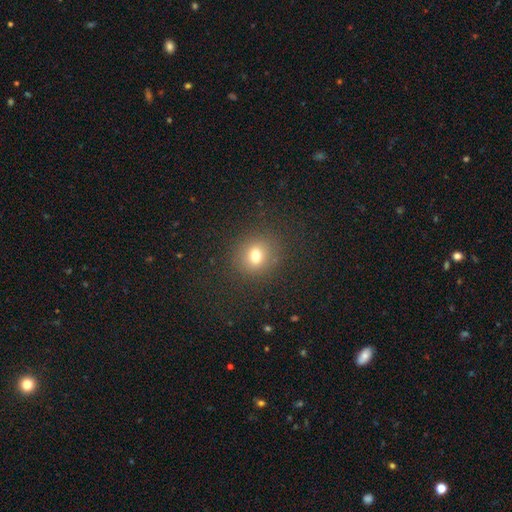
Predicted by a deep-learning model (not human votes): A smooth galaxy with no disk features (74%) that is round (72%).

Vote fractions:
- Smooth or featured? smooth: 74% / star or artifact: 16% / featured or disk: 10%
- How rounded? round: 72% / in between: 27% / cigar-shaped: 1%
- Merging? none: 86% / minor disturbance: 9% / major disturbance: 4% / merger: 2%